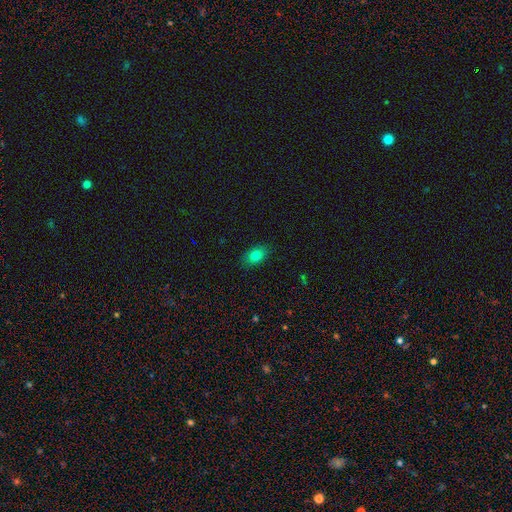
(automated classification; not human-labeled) Smooth or featured: smooth — 79% (star or artifact — 11%)
How rounded: in between — 85% (round — 13%)
Merging: none — 86% (minor disturbance — 11%)